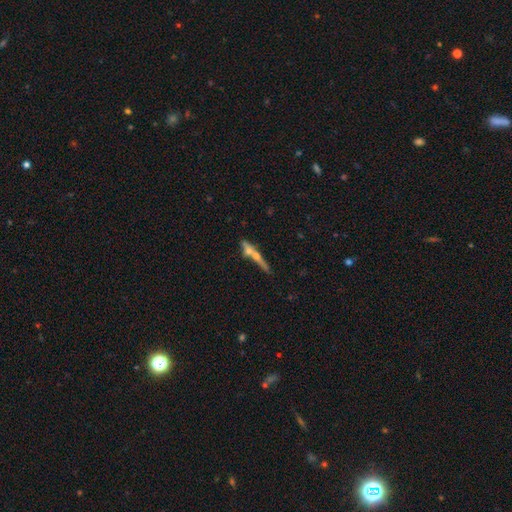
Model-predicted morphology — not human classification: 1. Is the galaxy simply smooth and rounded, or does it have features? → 57% featured or disk, 33% smooth, 9% star or artifact.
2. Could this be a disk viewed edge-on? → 87% yes, 13% no.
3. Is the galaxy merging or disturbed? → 55% none, 28% merger, 12% minor disturbance, 5% major disturbance.